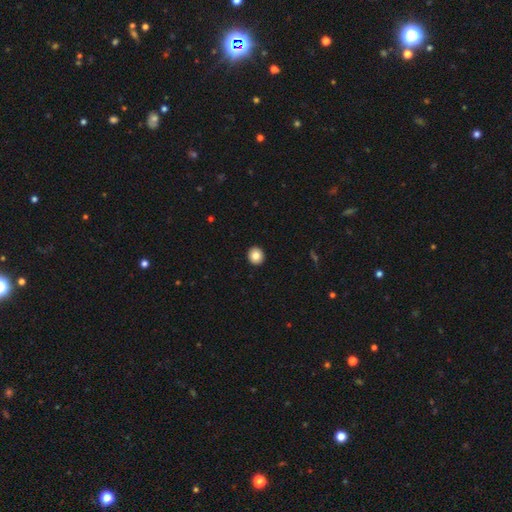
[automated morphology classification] A smooth galaxy with no disk features (85%) that is round (87%). Merging: none (93%).